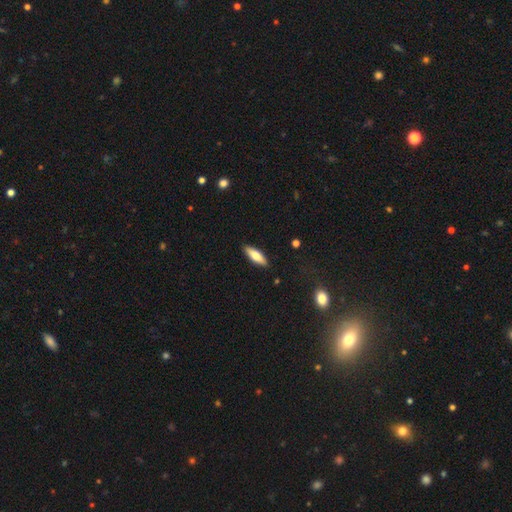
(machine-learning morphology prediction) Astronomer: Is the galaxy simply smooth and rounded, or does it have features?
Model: smooth — 70%.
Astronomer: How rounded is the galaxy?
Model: cigar-shaped — 50% (runner-up: in between, 48%).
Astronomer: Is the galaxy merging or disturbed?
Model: none — 89%.